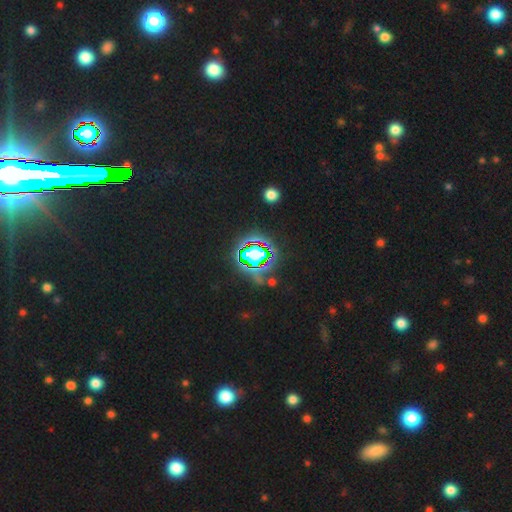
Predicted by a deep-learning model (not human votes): smooth_or_featured: star or artifact (p=0.76) [alt: smooth p=0.14]